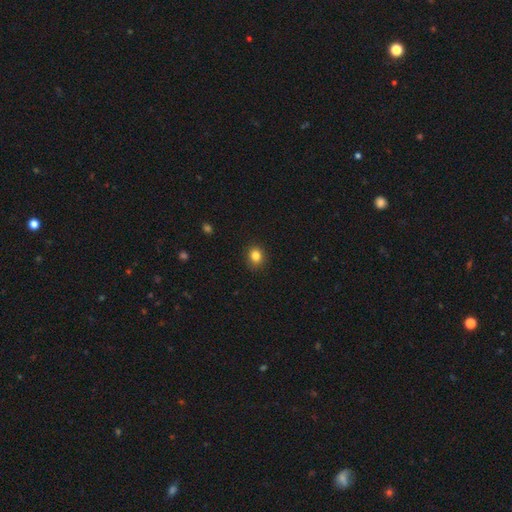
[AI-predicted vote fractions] Smooth or featured?
  - smooth: 83% *
  - star or artifact: 12%
  - featured or disk: 5%
How rounded?
  - round: 75% *
  - in between: 24%
  - cigar-shaped: 1%
Merging?
  - none: 89% *
  - minor disturbance: 8%
  - major disturbance: 2%
  - merger: 1%